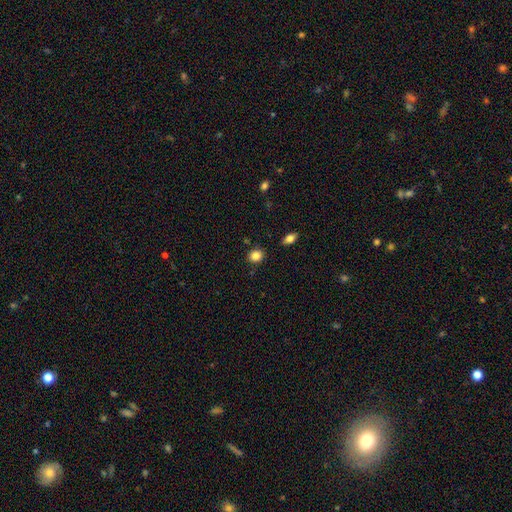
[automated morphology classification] The model was most divided on "how rounded": round: 67%, in between: 32%, cigar-shaped: 1%. More confident: smooth or featured — smooth (85%); merging — none (85%).